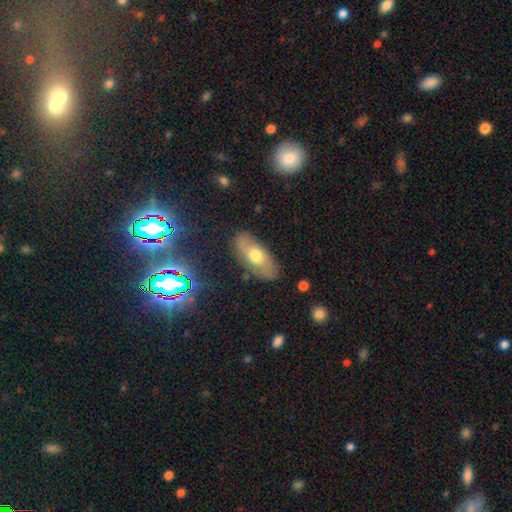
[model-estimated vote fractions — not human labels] Q: Smooth or featured?
A: smooth (54%); runner-up: featured or disk (38%)
Q: How rounded?
A: in between (86%); runner-up: cigar-shaped (10%)
Q: Merging?
A: none (80%); runner-up: minor disturbance (14%)